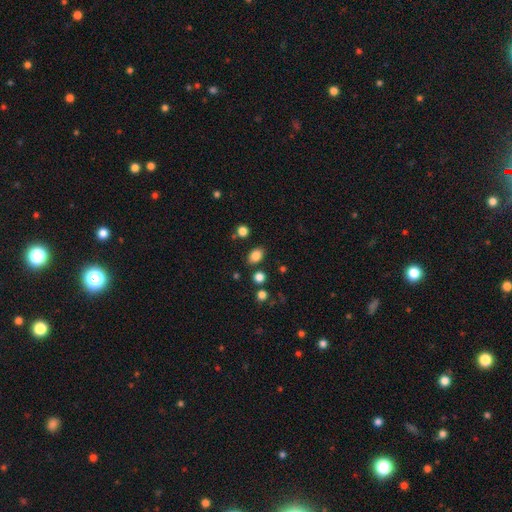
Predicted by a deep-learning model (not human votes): Q: Smooth or featured?
A: smooth (84%); runner-up: star or artifact (11%)
Q: How rounded?
A: in between (77%); runner-up: round (22%)
Q: Merging?
A: none (82%); runner-up: minor disturbance (10%)